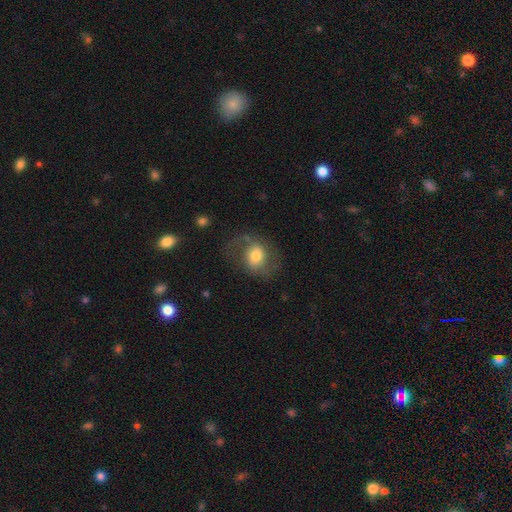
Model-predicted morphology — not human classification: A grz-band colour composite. It shows a featured or disk galaxy (53%) with no bar (58%), spiral arms (81%) and a moderate central bulge (59%). Merging: none (62%).